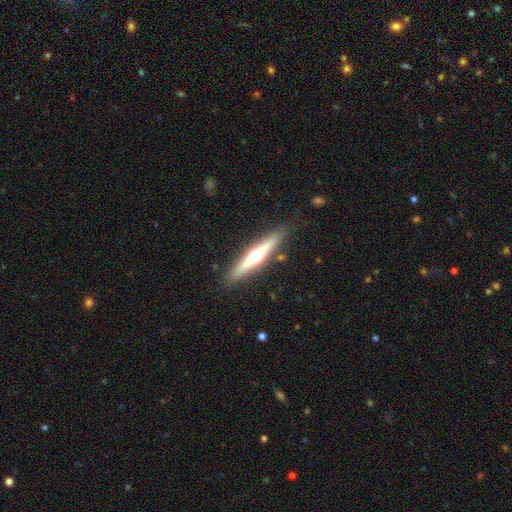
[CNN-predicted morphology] A featured or disk galaxy (64%) viewed edge-on (96%) with a rounded central bulge (92%).

Vote fractions:
- Smooth or featured? featured or disk: 64% / smooth: 30% / star or artifact: 6%
- Edge-on disk? yes: 96% / no: 4%
- Edge-on bulge? rounded: 92% / none: 5% / boxy: 3%
- Merging? none: 87% / minor disturbance: 9% / major disturbance: 2% / merger: 2%